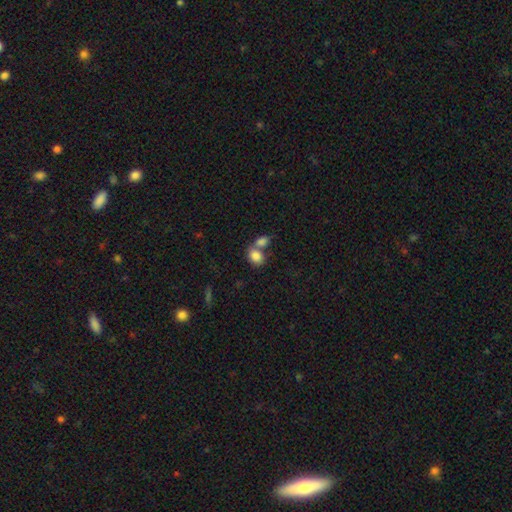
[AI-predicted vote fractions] A smooth galaxy with no disk features (83%) that is in between round and cigar-shaped (66%). Merging: merger (53%).